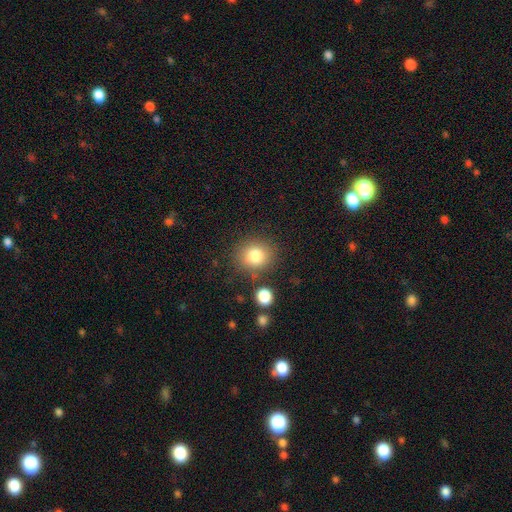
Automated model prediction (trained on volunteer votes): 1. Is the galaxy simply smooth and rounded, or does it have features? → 80% smooth, 11% star or artifact, 8% featured or disk.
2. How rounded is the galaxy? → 82% round, 17% in between, 1% cigar-shaped.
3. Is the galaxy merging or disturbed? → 81% none, 10% minor disturbance, 5% merger, 4% major disturbance.